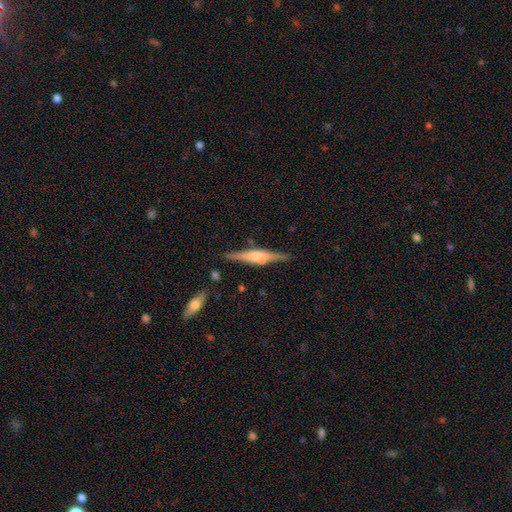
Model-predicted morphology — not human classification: This appears to be a featured or disk galaxy (70%) viewed edge-on (97%) with a rounded central bulge (58%). Merging: none (83%).